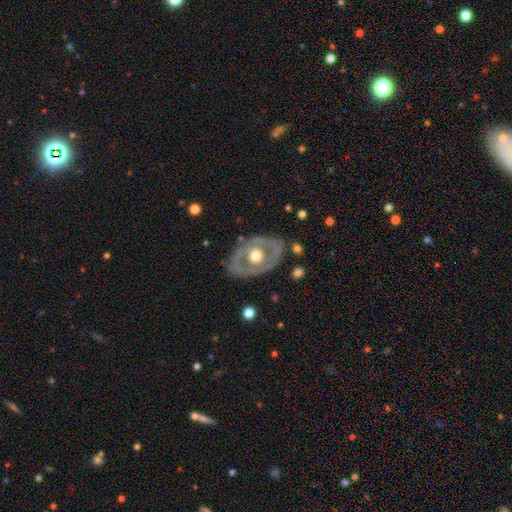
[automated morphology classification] Overall: featured or disk (65%; smooth 30%). Edge-on disk: no (92%). Bar: no (89%). Spiral arms: no (86%). Bulge size: moderate (63%; large 30%). Merging: none (77%).